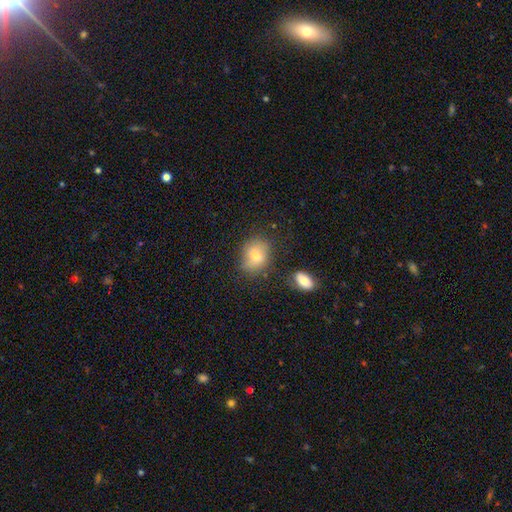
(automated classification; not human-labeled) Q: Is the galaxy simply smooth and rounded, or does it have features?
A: smooth — 73%.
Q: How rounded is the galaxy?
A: in between — 55%.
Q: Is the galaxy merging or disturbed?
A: none — 70%.